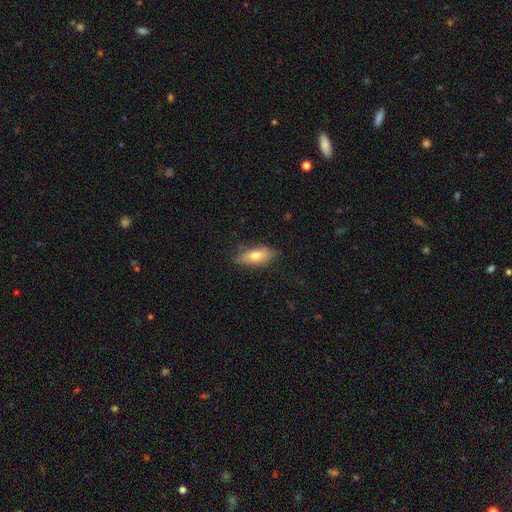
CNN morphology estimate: Q: Smooth or featured?
A: smooth (72%); runner-up: featured or disk (21%)
Q: How rounded?
A: in between (79%); runner-up: cigar-shaped (17%)
Q: Merging?
A: none (77%); runner-up: minor disturbance (18%)